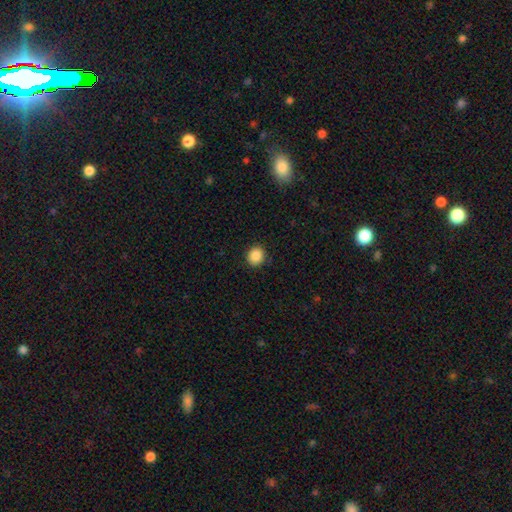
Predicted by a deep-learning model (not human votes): smooth-or-featured: smooth: 88% | star or artifact: 9% | featured or disk: 3%
  how-rounded: round: 83% | in between: 16% | cigar-shaped: 1%
  merging: none: 91% | minor disturbance: 6% | major disturbance: 2% | merger: 1%